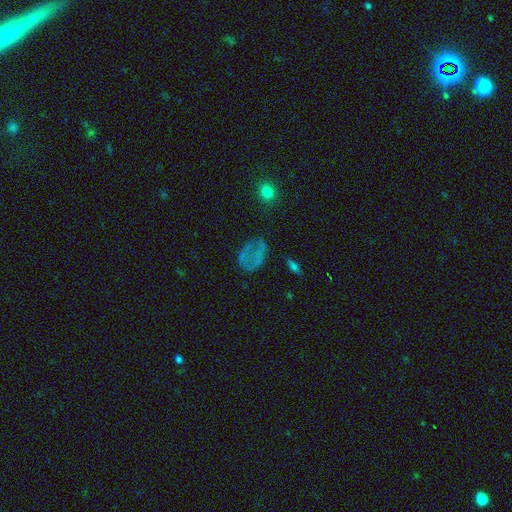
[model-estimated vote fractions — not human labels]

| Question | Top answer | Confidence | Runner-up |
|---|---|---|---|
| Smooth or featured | smooth | 46% | featured or disk (30%) |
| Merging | none | 54% | minor disturbance (21%) |